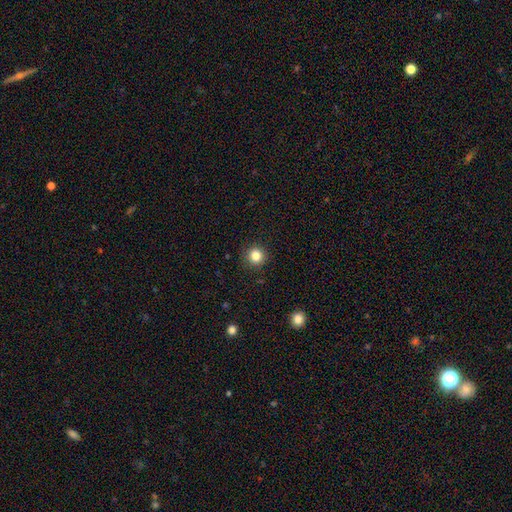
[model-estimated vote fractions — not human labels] A smooth galaxy with no disk features (84%) that is round (93%). Merging: none (91%).